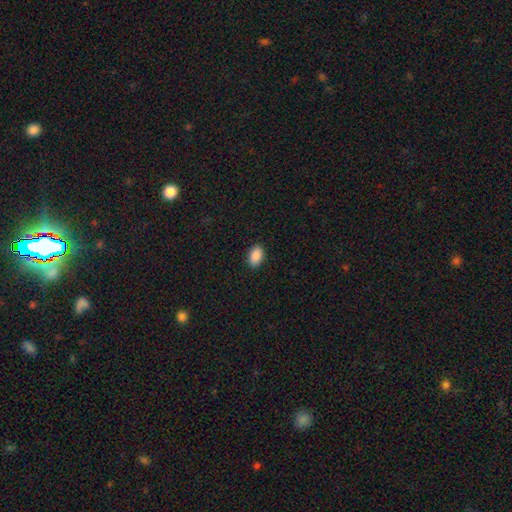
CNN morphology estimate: smooth-or-featured: smooth: 90% | star or artifact: 7% | featured or disk: 3%
  how-rounded: in between: 92% | round: 7% | cigar-shaped: 2%
  merging: none: 90% | minor disturbance: 7% | major disturbance: 2% | merger: 1%